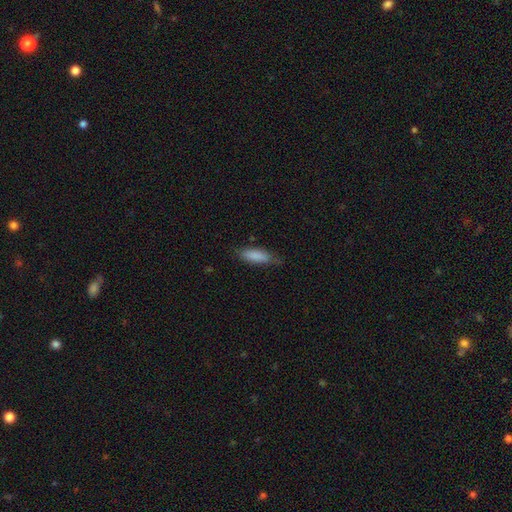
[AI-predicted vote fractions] This is clearly a smooth galaxy (85%). How rounded: possibly in between (55%). Merging: likely none (72%).